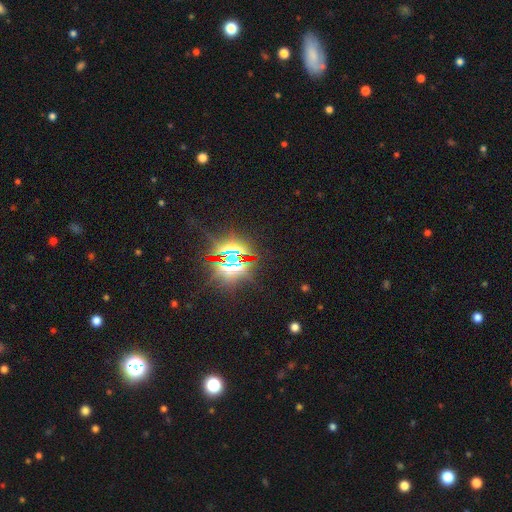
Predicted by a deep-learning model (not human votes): A star or artifact, not a galaxy (85%).